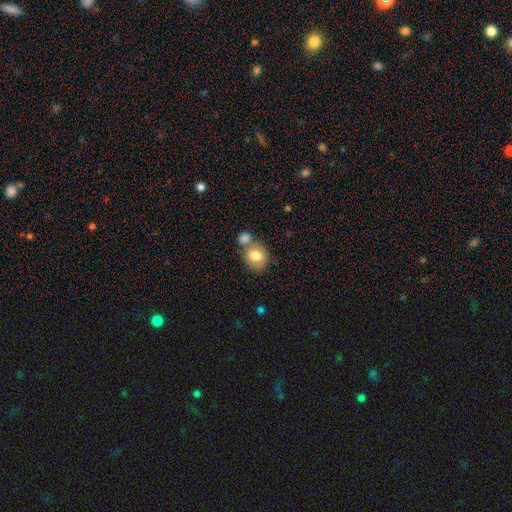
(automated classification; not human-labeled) Smooth or featured? smooth (79%)
How rounded? round (73%)
Merging? none (52%)